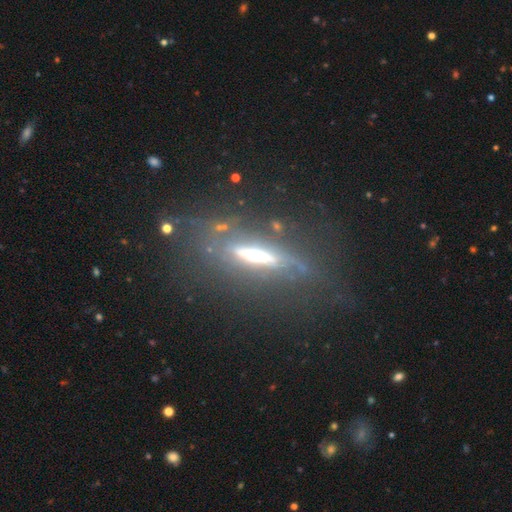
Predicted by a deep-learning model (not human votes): Q: Smooth or featured?
A: featured or disk (72%); runner-up: smooth (18%)
Q: Edge-on disk?
A: yes (76%); runner-up: no (24%)
Q: Edge-on bulge?
A: rounded (62%); runner-up: none (22%)
Q: Merging?
A: none (63%); runner-up: minor disturbance (19%)